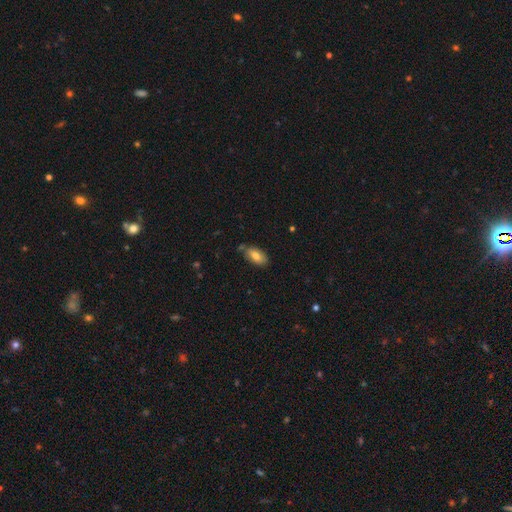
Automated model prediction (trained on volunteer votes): A smooth galaxy with no disk features (79%) that is in between round and cigar-shaped (92%).

Vote fractions:
- Smooth or featured? smooth: 79% / featured or disk: 13% / star or artifact: 7%
- How rounded? in between: 92% / cigar-shaped: 5% / round: 3%
- Merging? none: 69% / minor disturbance: 21% / merger: 6% / major disturbance: 4%